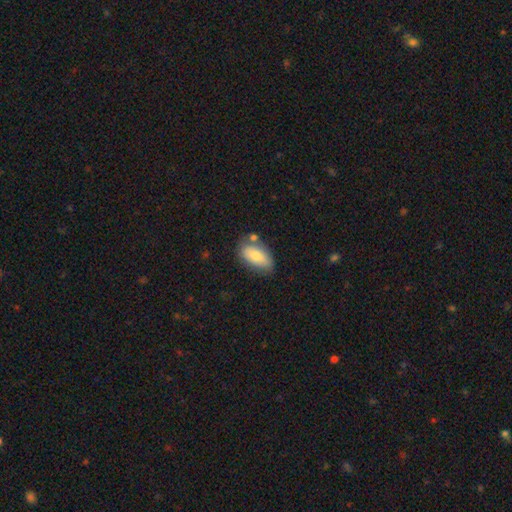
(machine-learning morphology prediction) Q: Smooth or featured?
A: smooth (75%); runner-up: featured or disk (18%)
Q: How rounded?
A: in between (92%); runner-up: cigar-shaped (5%)
Q: Merging?
A: none (66%); runner-up: minor disturbance (21%)